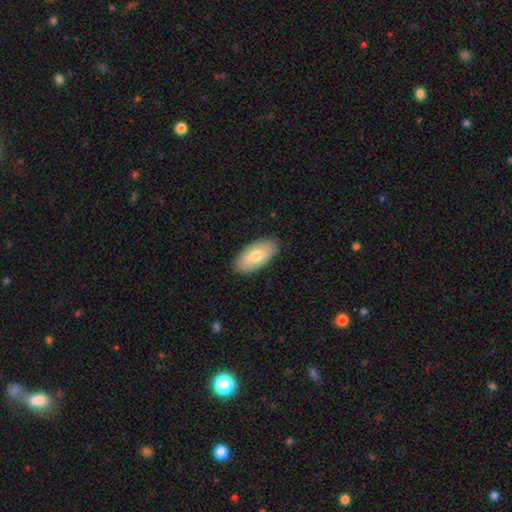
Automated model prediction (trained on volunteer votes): Smooth or featured? Predicted: smooth (p=0.77). How rounded? Predicted: in between (p=0.94). Merging? Predicted: none (p=0.88).